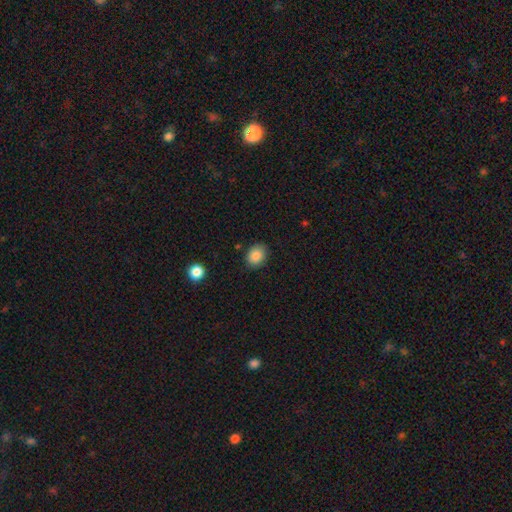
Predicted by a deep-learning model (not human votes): This appears to be a smooth galaxy with no disk features (86%) that is in between round and cigar-shaped (61%). Merging: none (84%).